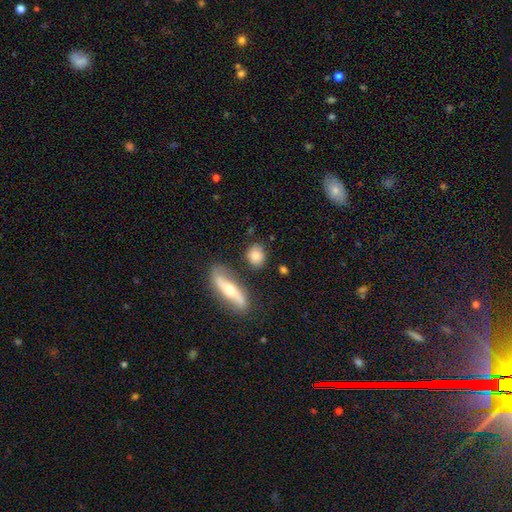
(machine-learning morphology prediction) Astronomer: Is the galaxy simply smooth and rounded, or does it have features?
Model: smooth — 77%.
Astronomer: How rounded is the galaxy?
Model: round — 52% (runner-up: in between, 42%).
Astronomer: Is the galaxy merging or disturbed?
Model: none — 76%.